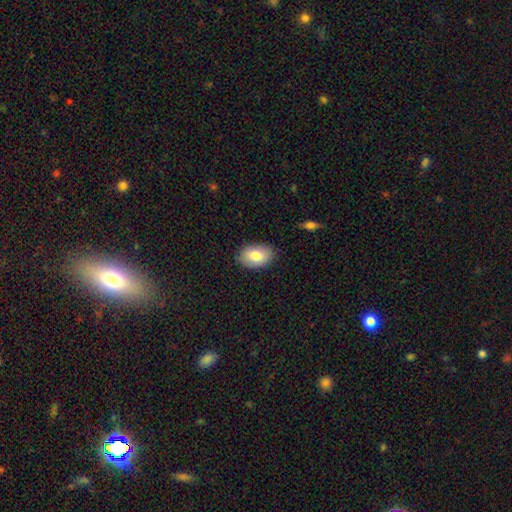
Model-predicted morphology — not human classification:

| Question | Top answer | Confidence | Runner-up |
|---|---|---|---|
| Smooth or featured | smooth | 80% | featured or disk (13%) |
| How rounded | in between | 88% | round (11%) |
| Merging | none | 86% | minor disturbance (10%) |